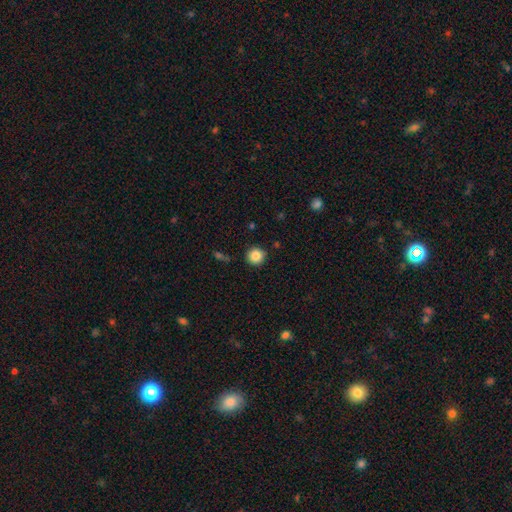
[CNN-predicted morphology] smooth 85%, star or artifact 10%, featured or disk 5%. Down the decision tree: how rounded — round (93%); merging — none (89%).